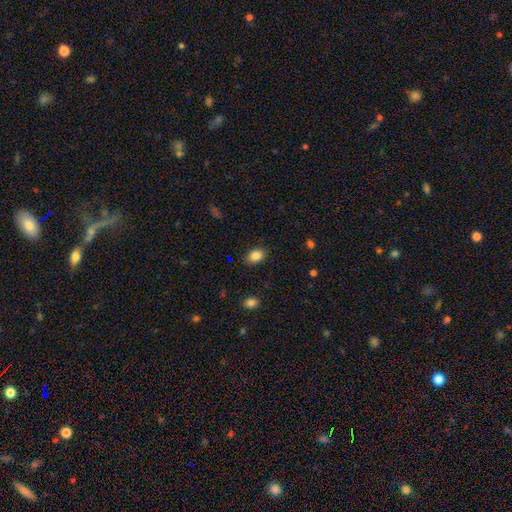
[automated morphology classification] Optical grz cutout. It shows a smooth galaxy with no disk features (85%) that is in between round and cigar-shaped (76%). Merging: none (86%).